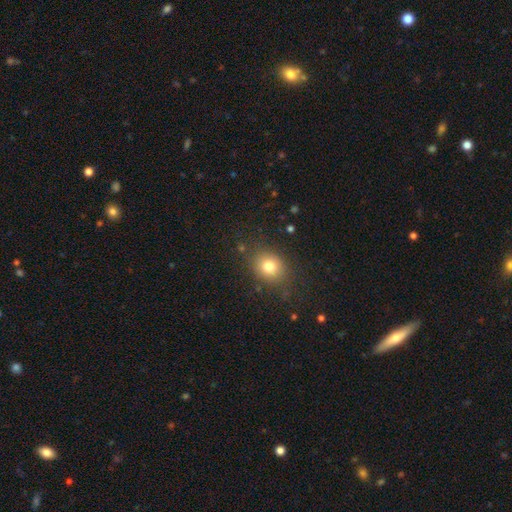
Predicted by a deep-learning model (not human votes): smooth-or-featured: smooth: 65% | star or artifact: 25% | featured or disk: 10%
  how-rounded: round: 74% | in between: 24% | cigar-shaped: 2%
  merging: none: 86% | minor disturbance: 10% | major disturbance: 3% | merger: 2%